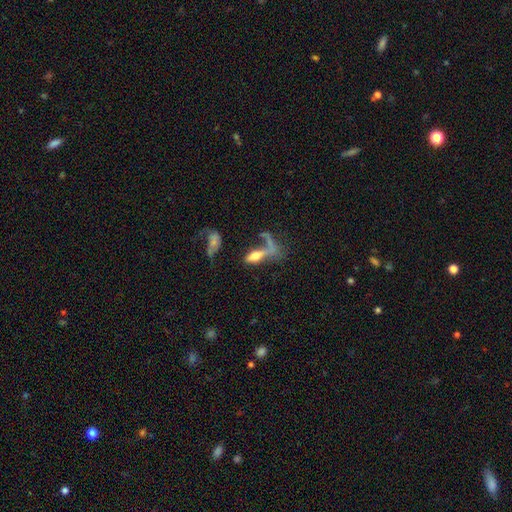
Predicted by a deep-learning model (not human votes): This is possibly a smooth galaxy (52%). How rounded: possibly in between (53%). Merging: marginally major disturbance (34%).